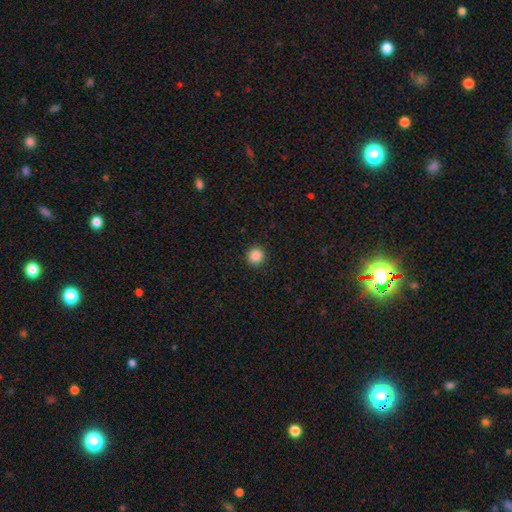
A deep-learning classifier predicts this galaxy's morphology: This appears to be a smooth galaxy with no disk features (87%) that is round (95%). Merging: none (93%).